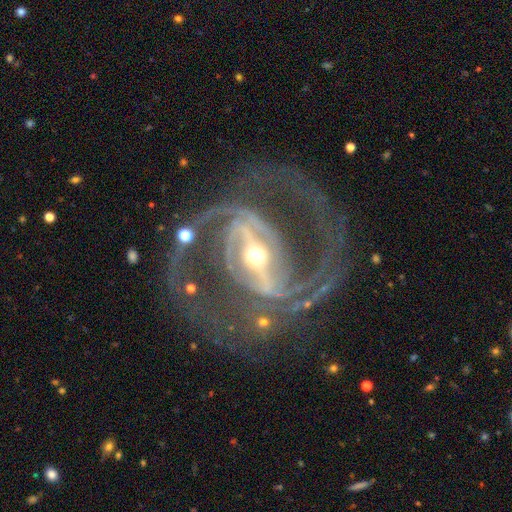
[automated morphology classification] A featured or disk galaxy (93%) with a strong bar (81%), 2 (60%) medium (52%) spiral arms (98%) and a moderate central bulge (58%). Merging: none (63%).